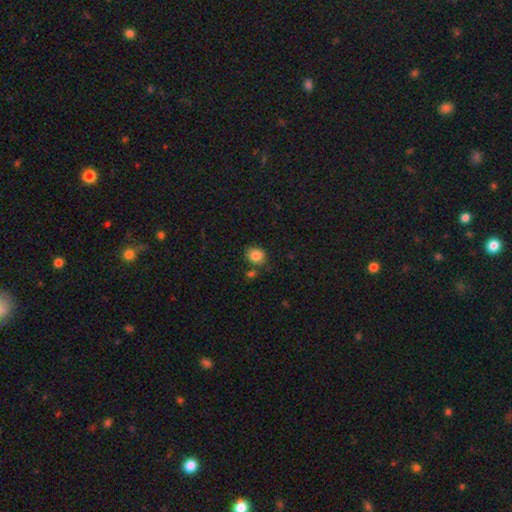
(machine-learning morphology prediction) Smooth or featured?
  - smooth: 85% *
  - star or artifact: 10%
  - featured or disk: 5%
How rounded?
  - round: 69% *
  - in between: 30%
  - cigar-shaped: 1%
Merging?
  - none: 76% *
  - minor disturbance: 13%
  - merger: 8%
  - major disturbance: 3%